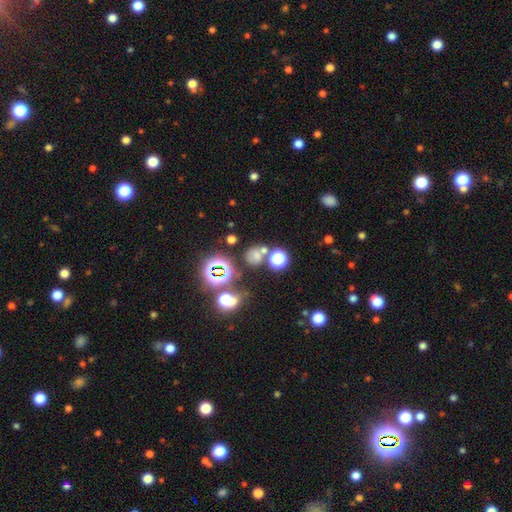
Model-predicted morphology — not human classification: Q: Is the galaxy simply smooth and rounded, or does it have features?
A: smooth — 51%.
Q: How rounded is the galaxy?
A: round — 74%.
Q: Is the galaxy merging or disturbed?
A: none — 57%.